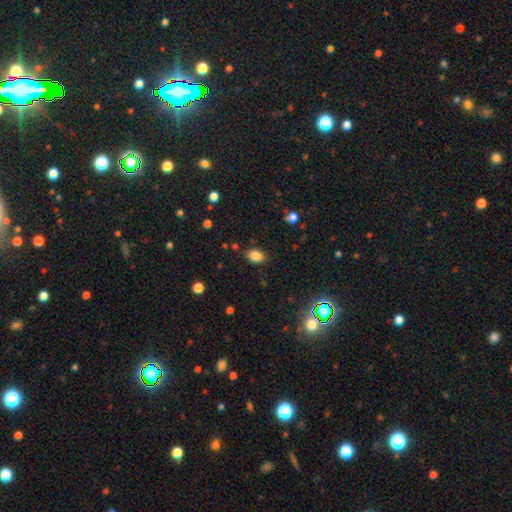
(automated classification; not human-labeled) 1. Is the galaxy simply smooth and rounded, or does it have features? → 84% smooth, 11% star or artifact, 5% featured or disk.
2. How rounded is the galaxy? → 82% in between, 17% round, 1% cigar-shaped.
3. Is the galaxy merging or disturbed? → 84% none, 11% minor disturbance, 3% major disturbance, 2% merger.